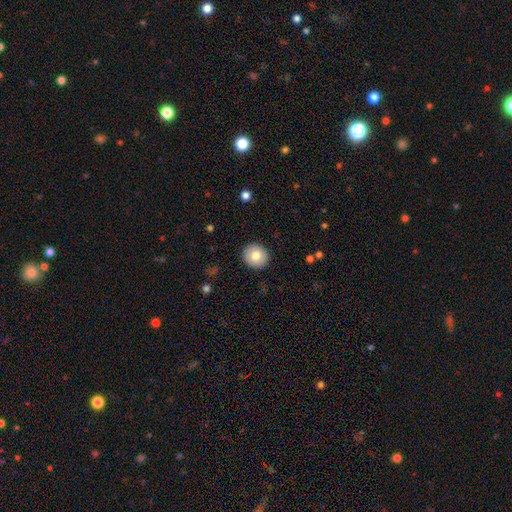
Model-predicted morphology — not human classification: Q: Smooth or featured?
A: smooth (79%); runner-up: featured or disk (13%)
Q: How rounded?
A: round (89%); runner-up: in between (11%)
Q: Merging?
A: none (92%); runner-up: minor disturbance (6%)